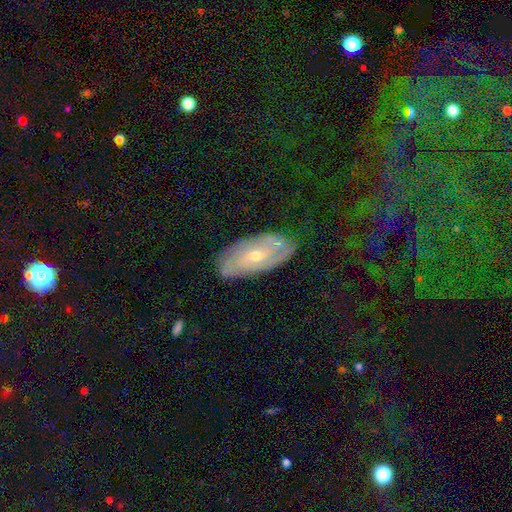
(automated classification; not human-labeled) smooth-or-featured: featured or disk: 75% | smooth: 19% | star or artifact: 6%
  disk-edge-on: no: 91% | yes: 9%
    bar: no: 62% | weak: 31% | strong: 7%
    has-spiral-arms: yes: 86% | no: 14%
      spiral-winding: tight: 66% | medium: 26% | loose: 8%
      spiral-arm-count: can't tell: 46% | 2: 29% | 3: 12% | 4: 6% | 1: 4% | more than 4: 4%
    bulge-size: moderate: 49% | small: 48% | large: 1% | none: 1% | dominant: 1%
  merging: none: 77% | minor disturbance: 17% | major disturbance: 4% | merger: 2%